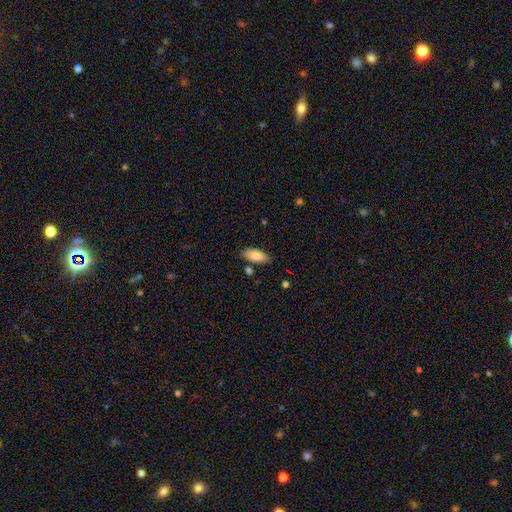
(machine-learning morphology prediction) Smooth or featured? Predicted: smooth (p=0.81). How rounded? Predicted: in between (p=0.88). Merging? Predicted: none (p=0.81).